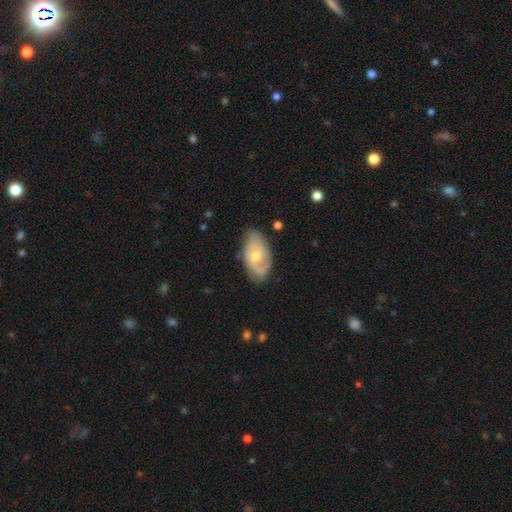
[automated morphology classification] smooth-or-featured: featured or disk: 63% | smooth: 31% | star or artifact: 6%
  disk-edge-on: no: 92% | yes: 8%
    bar: no: 71% | weak: 25% | strong: 4%
    has-spiral-arms: yes: 77% | no: 23%
    bulge-size: moderate: 61% | small: 35% | large: 2% | none: 1% | dominant: 1%
  merging: none: 71% | minor disturbance: 22% | major disturbance: 5% | merger: 2%